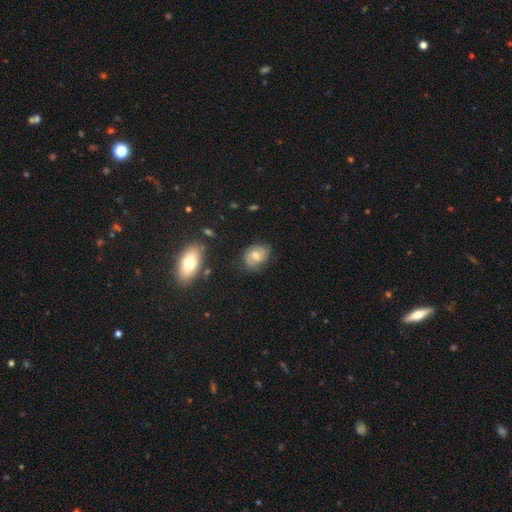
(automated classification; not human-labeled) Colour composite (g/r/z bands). It shows a smooth galaxy with no disk features (46%). Merging: none (68%).